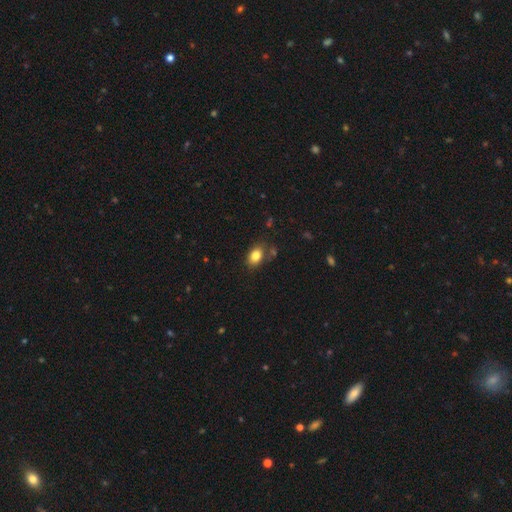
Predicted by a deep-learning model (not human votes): The model was most divided on "merging": none: 75%, minor disturbance: 15%, merger: 6%, major disturbance: 4%. More confident: smooth or featured — smooth (83%); how rounded — in between (81%).